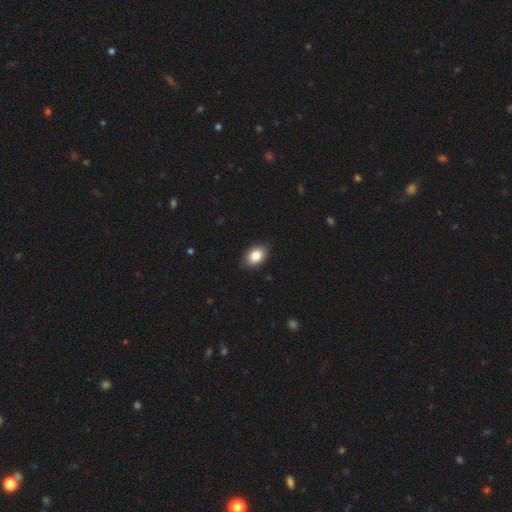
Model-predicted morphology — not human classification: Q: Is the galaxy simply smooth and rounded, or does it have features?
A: smooth — 86%.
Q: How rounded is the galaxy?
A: in between — 83%.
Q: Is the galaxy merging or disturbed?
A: none — 86%.